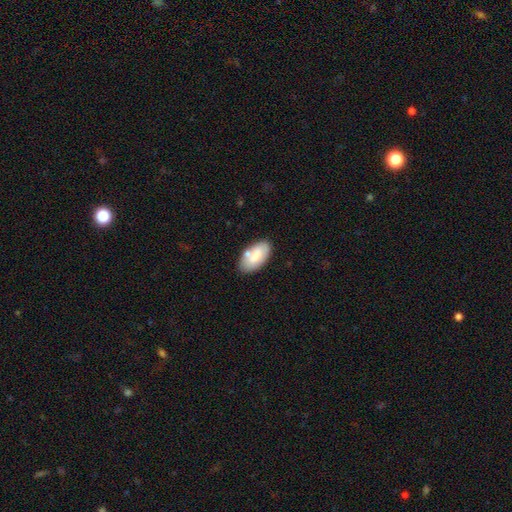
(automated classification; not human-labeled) Overall: smooth (75%). How rounded: in between (95%). Merging: none (73%).